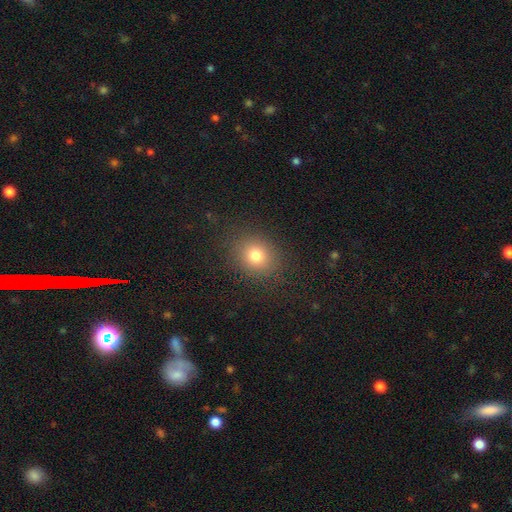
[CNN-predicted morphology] A smooth galaxy with no disk features (77%) that is round (68%). Merging: none (86%).